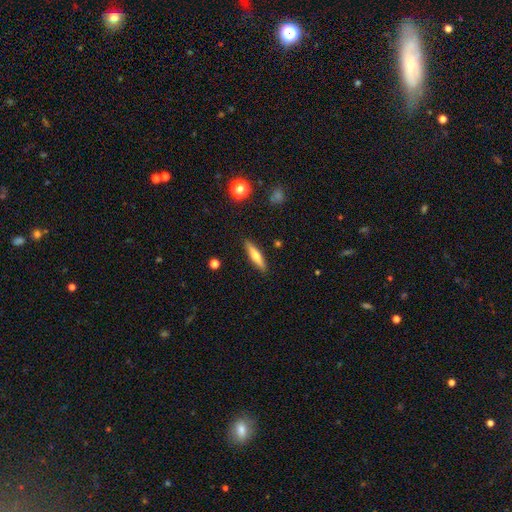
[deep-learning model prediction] A smooth galaxy with no disk features (54%) that is cigar-shaped (80%). Merging: none (89%).